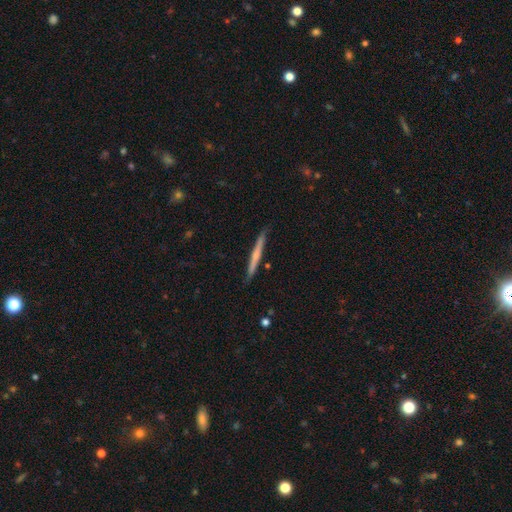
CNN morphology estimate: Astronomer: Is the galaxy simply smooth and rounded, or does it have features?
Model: featured or disk — 50% (runner-up: smooth, 44%).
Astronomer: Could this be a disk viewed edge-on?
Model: yes — 97%.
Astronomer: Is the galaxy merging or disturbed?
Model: none — 87%.